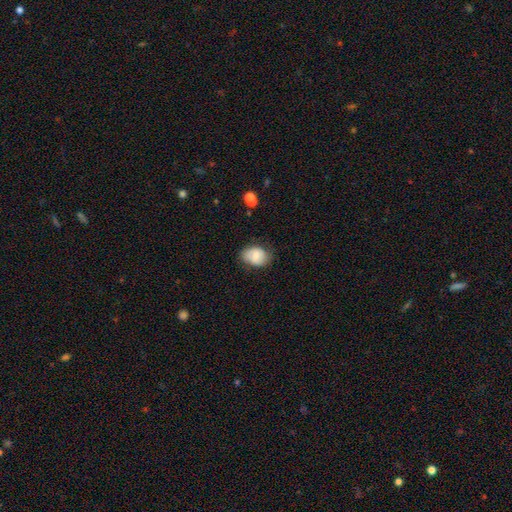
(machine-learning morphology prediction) type=smooth (71%); roundness=in between (74%); merging=none (66%).